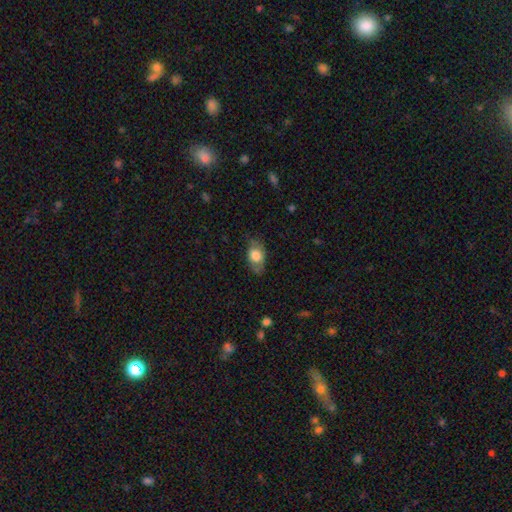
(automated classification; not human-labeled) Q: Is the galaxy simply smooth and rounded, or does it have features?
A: smooth — 70%.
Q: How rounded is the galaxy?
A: in between — 87%.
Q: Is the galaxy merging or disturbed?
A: none — 69%.